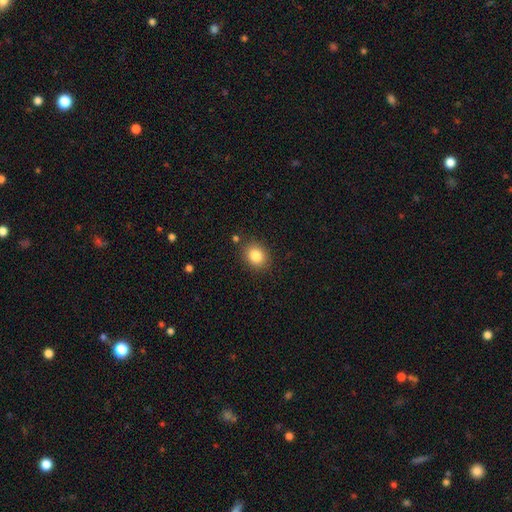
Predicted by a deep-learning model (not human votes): Smooth or featured: smooth — 84% (star or artifact — 10%)
How rounded: round — 58% (in between — 41%)
Merging: none — 85% (minor disturbance — 10%)